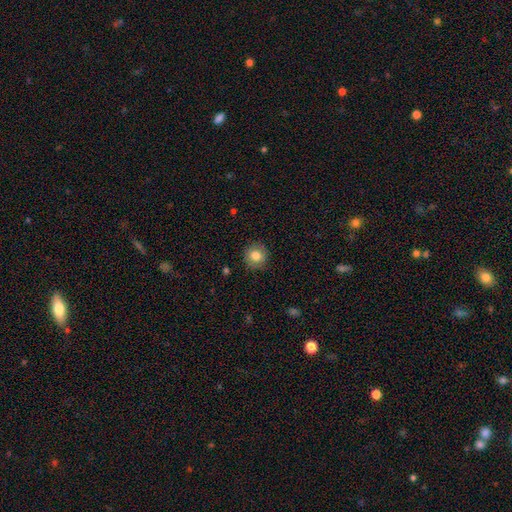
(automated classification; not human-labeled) Smooth or featured? Predicted: smooth (p=0.81). How rounded? Predicted: round (p=0.91). Merging? Predicted: none (p=0.89).